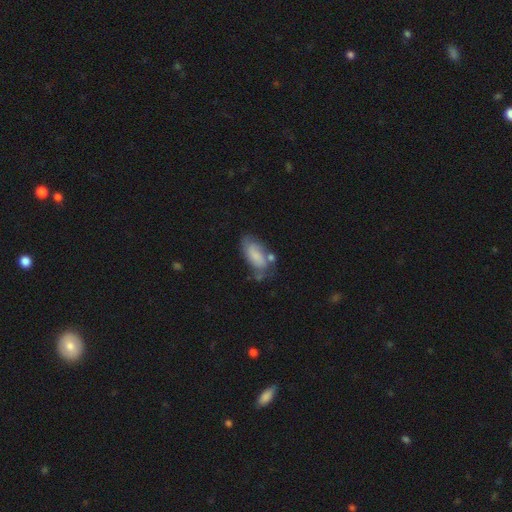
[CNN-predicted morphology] type=smooth (69%); roundness=in between (86%); merging=none (47%).